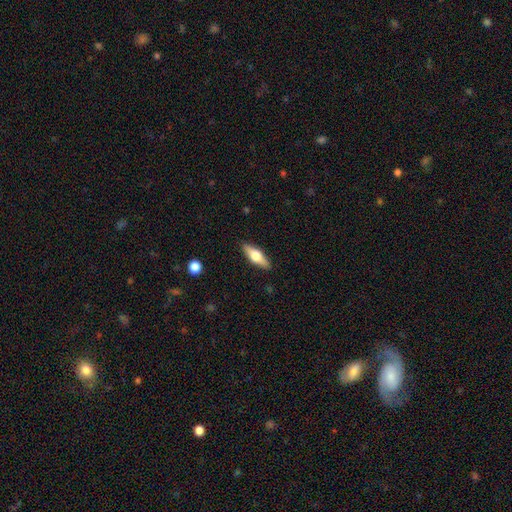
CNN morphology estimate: type=smooth (49%); merging=none (88%).